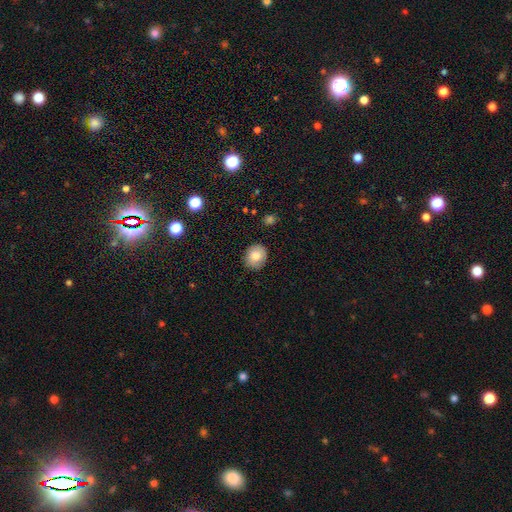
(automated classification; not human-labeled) Smooth or featured?
  - smooth: 81% *
  - featured or disk: 10%
  - star or artifact: 9%
How rounded?
  - round: 74% *
  - in between: 25%
  - cigar-shaped: 1%
Merging?
  - none: 83% *
  - minor disturbance: 13%
  - major disturbance: 2%
  - merger: 1%